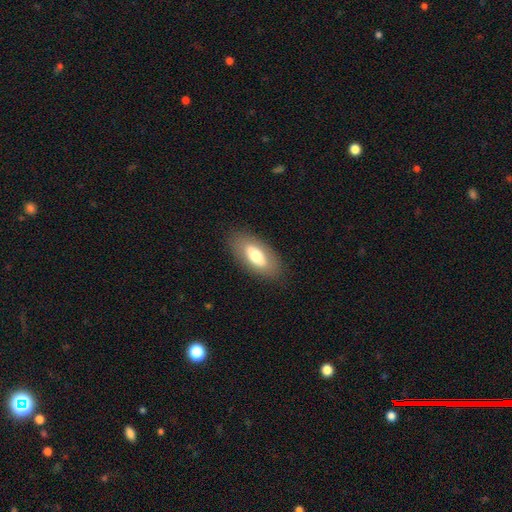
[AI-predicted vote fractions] A smooth galaxy with no disk features (66%) that is in between round and cigar-shaped (89%).

Vote fractions:
- Smooth or featured? smooth: 66% / featured or disk: 28% / star or artifact: 6%
- How rounded? in between: 89% / cigar-shaped: 8% / round: 3%
- Merging? none: 85% / minor disturbance: 11% / major disturbance: 4% / merger: 1%